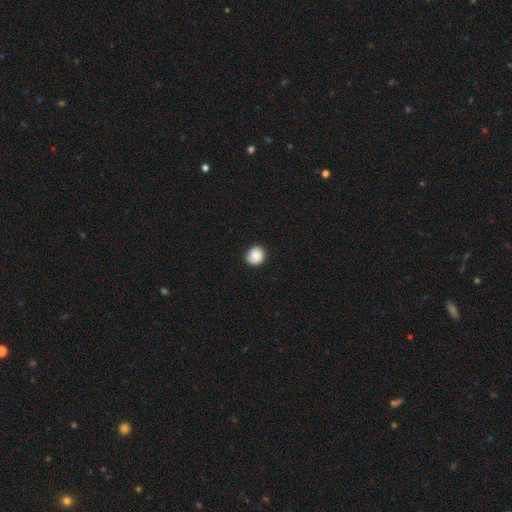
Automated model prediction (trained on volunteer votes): A smooth galaxy with no disk features (83%) that is round (87%). Merging: none (84%).